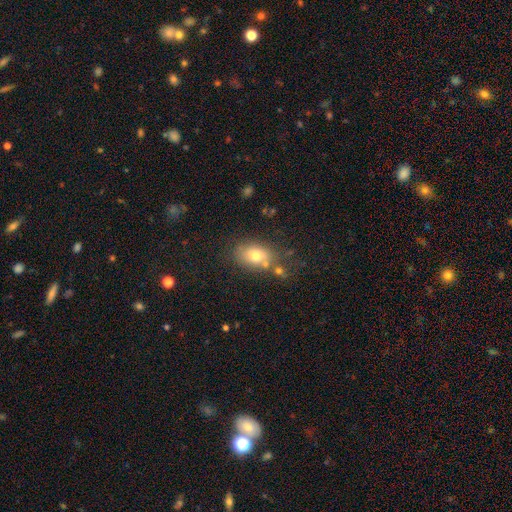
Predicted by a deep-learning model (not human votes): A smooth galaxy with no disk features (73%) that is in between round and cigar-shaped (76%).

Vote fractions:
- Smooth or featured? smooth: 73% / featured or disk: 16% / star or artifact: 11%
- How rounded? in between: 76% / round: 22% / cigar-shaped: 1%
- Merging? none: 65% / minor disturbance: 16% / merger: 14% / major disturbance: 5%